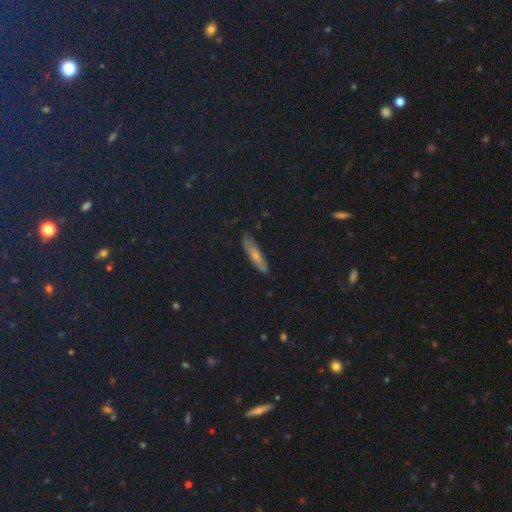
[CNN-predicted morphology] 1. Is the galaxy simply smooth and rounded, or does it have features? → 57% smooth, 26% featured or disk, 17% star or artifact.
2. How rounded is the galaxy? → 75% cigar-shaped, 21% in between, 4% round.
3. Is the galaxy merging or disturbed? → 84% none, 12% minor disturbance, 2% major disturbance, 1% merger.